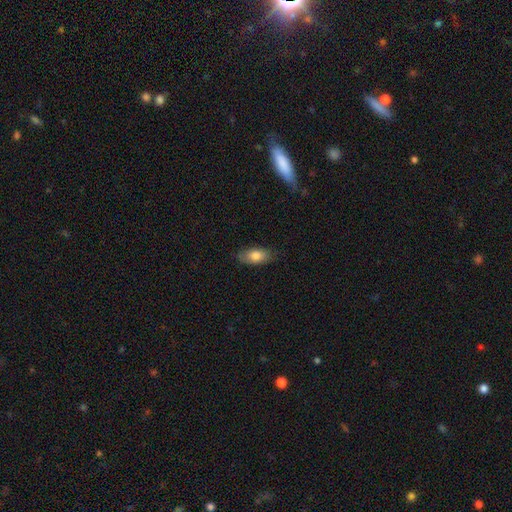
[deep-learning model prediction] Overall: smooth (80%). How rounded: in between (87%). Merging: none (82%).